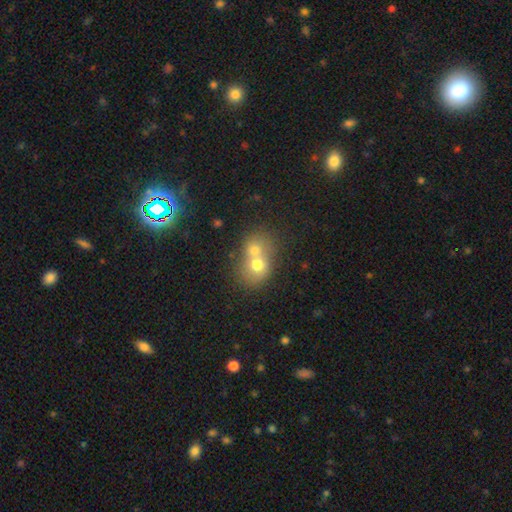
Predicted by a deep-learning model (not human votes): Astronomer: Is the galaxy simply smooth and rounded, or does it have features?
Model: smooth — 62%.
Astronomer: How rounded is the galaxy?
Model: round — 64%.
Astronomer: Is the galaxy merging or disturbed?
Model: merger — 70%.